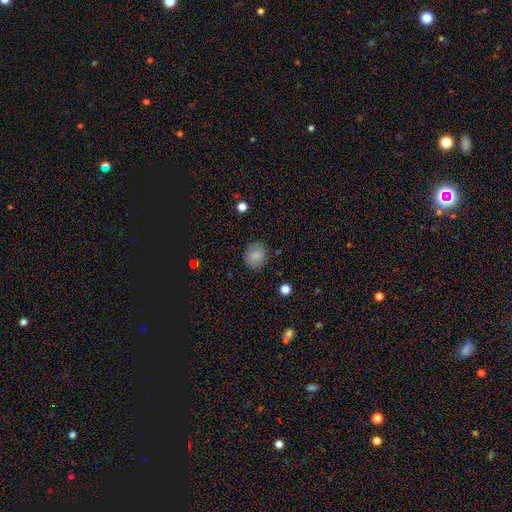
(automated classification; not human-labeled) smooth_or_featured: smooth (p=0.84) [alt: star or artifact p=0.09]
how_rounded: round (p=0.77) [alt: in between p=0.22]
merging: none (p=0.85) [alt: minor disturbance p=0.11]